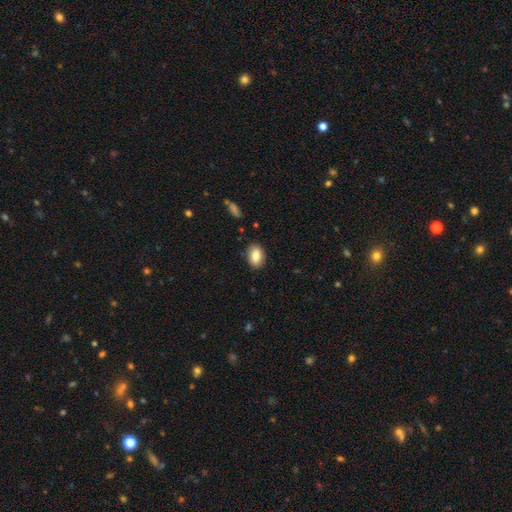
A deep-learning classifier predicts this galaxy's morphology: Overall: smooth (83%). How rounded: in between (86%). Merging: none (85%).